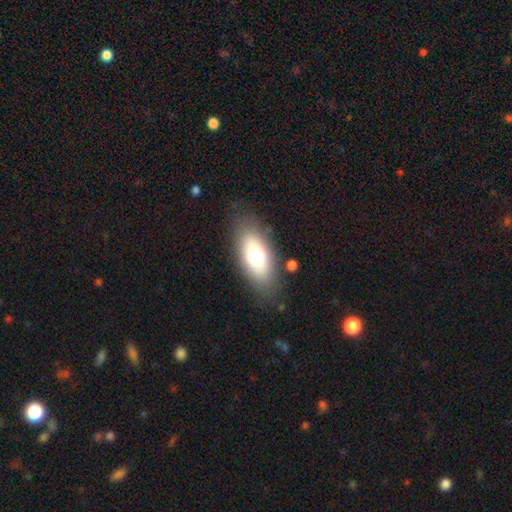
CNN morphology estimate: type=smooth (69%); roundness=in between (86%); merging=none (79%).